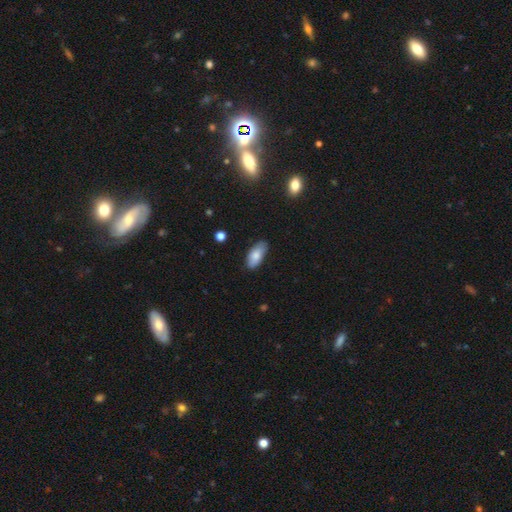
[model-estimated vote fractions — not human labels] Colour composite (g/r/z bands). It shows a smooth galaxy with no disk features (80%) that is in between round and cigar-shaped (89%). Merging: none (78%).